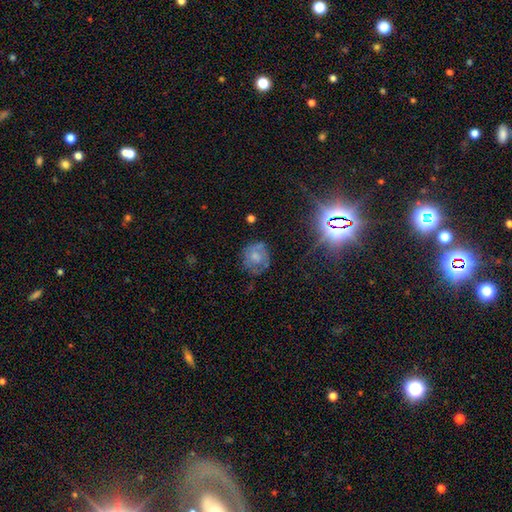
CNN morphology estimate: A smooth galaxy with no disk features (53%) that is round (79%). Merging: none (64%).